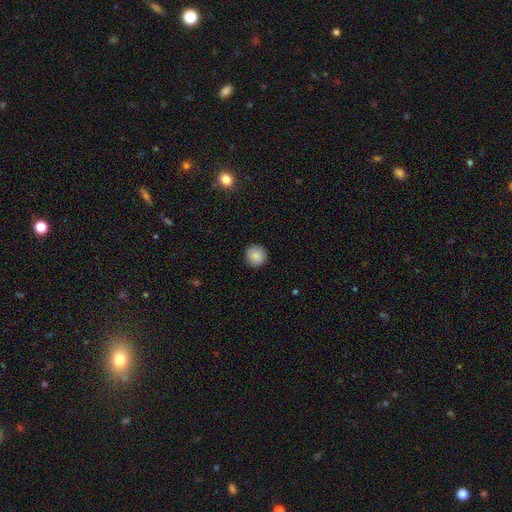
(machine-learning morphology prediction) A smooth galaxy with no disk features (88%) that is round (95%). Merging: none (91%).